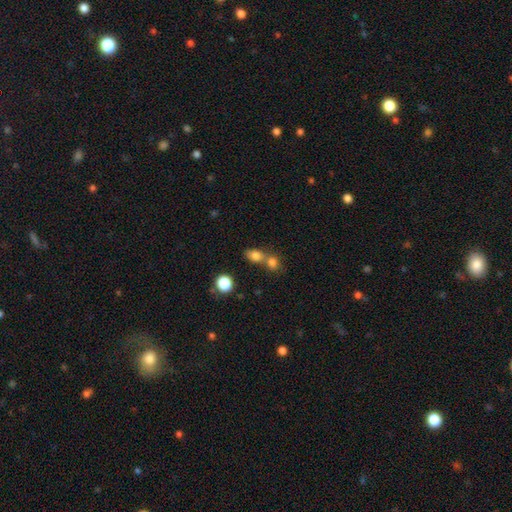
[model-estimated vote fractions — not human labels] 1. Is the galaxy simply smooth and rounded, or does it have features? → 78% smooth, 12% star or artifact, 9% featured or disk.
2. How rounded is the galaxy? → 61% in between, 36% round, 3% cigar-shaped.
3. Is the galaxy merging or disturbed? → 52% merger, 37% none, 8% minor disturbance, 4% major disturbance.